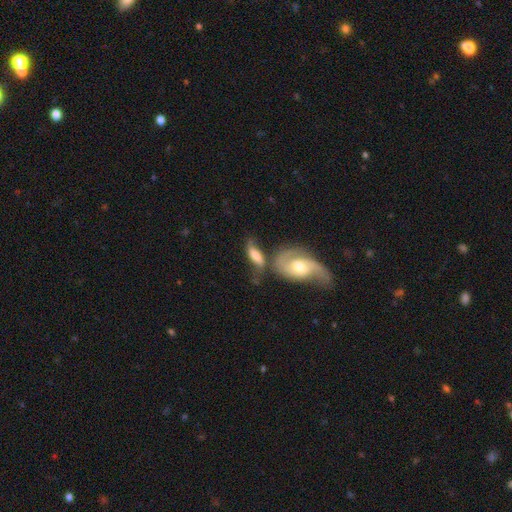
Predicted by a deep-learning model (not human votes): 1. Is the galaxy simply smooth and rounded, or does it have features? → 46% smooth (tied), 46% featured or disk (tied), 8% star or artifact.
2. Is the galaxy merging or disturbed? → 40% merger, 29% none, 17% minor disturbance, 14% major disturbance.